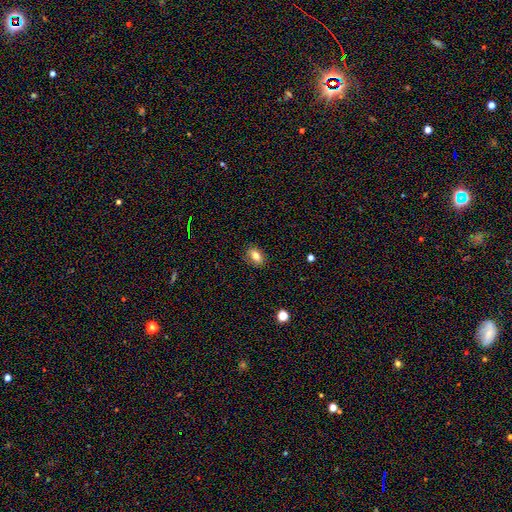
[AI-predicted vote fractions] Q: Smooth or featured?
A: smooth (77%); runner-up: featured or disk (13%)
Q: How rounded?
A: in between (79%); runner-up: round (18%)
Q: Merging?
A: none (86%); runner-up: minor disturbance (11%)